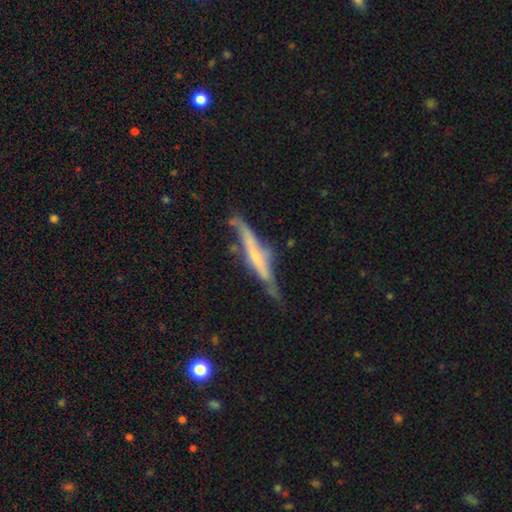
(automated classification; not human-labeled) The model was most divided on "edge-on bulge": none: 40%, rounded: 36%, boxy: 24%. More confident: edge-on disk — yes (87%); smooth or featured — featured or disk (65%); merging — none (52%).